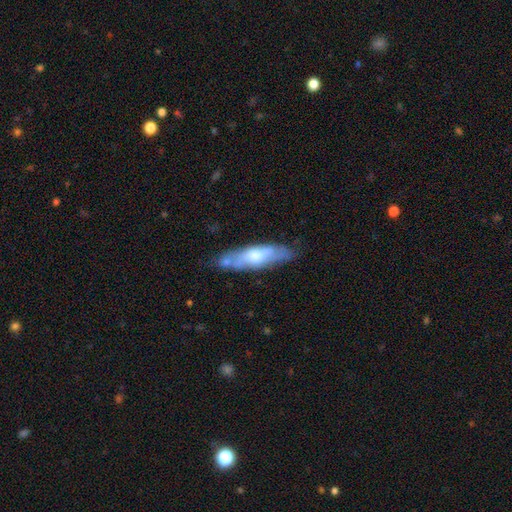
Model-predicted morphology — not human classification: A smooth galaxy with no disk features (48%).

Vote fractions:
- Smooth or featured? smooth: 48% / featured or disk: 46% / star or artifact: 6%
- Merging? none: 62% / minor disturbance: 23% / merger: 8% / major disturbance: 6%